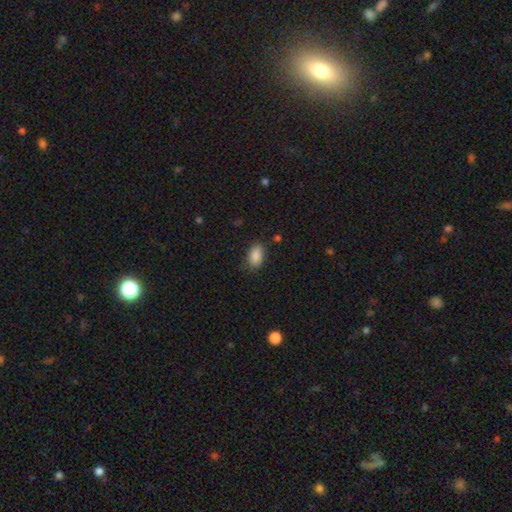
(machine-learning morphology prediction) The model was most divided on "merging": none: 80%, minor disturbance: 14%, major disturbance: 4%, merger: 2%. More confident: how rounded — in between (91%); smooth or featured — smooth (88%).